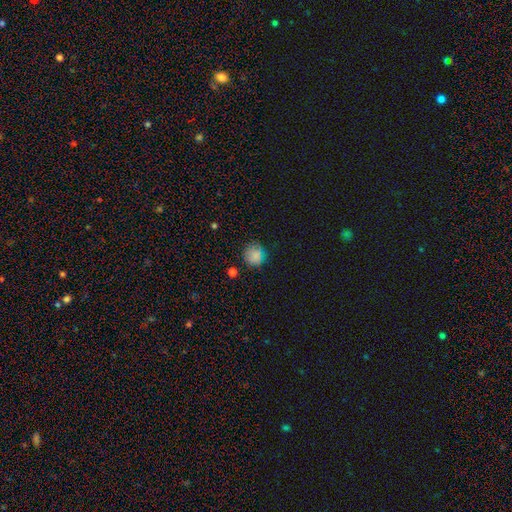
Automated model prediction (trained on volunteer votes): Smooth or featured? smooth (76%)
How rounded? round (90%)
Merging? none (82%)